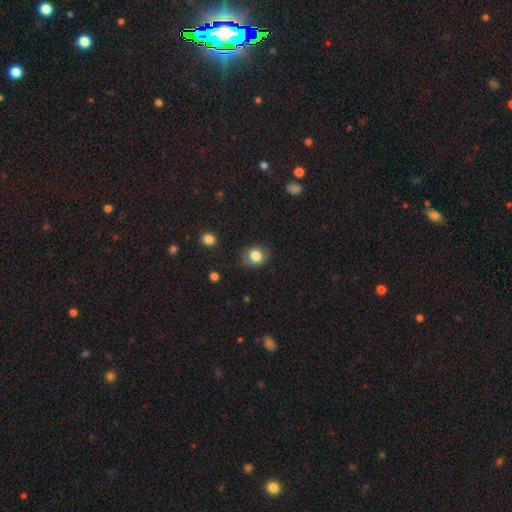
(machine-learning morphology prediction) Overall: smooth (81%). How rounded: round (67%; in between 32%). Merging: none (75%).